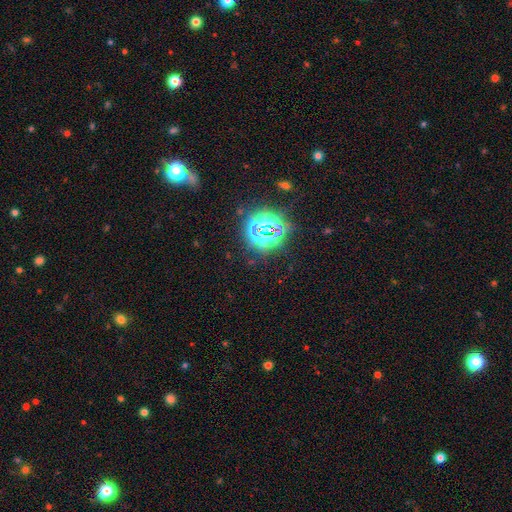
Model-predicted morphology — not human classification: star or artifact 80%, smooth 13%, featured or disk 7%.